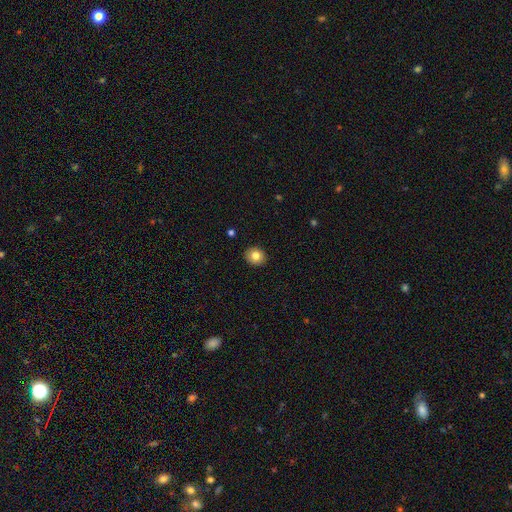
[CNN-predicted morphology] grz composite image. It shows a smooth galaxy with no disk features (81%) that is round (79%). Merging: none (91%).